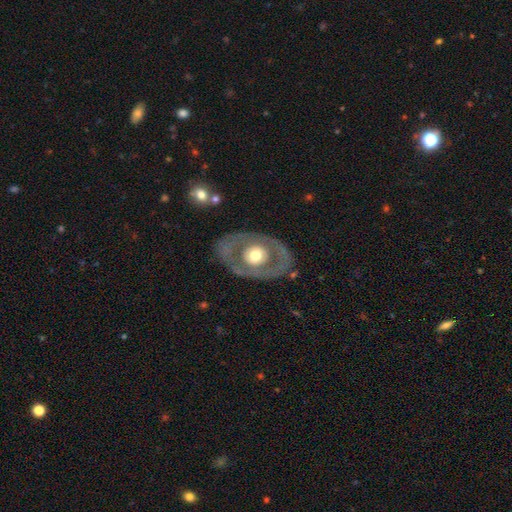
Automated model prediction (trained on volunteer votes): Smooth or featured?
  - featured or disk: 60% *
  - smooth: 35%
  - star or artifact: 5%
Edge-on disk?
  - no: 91% *
  - yes: 9%
Bar?
  - no: 89% *
  - weak: 8%
  - strong: 3%
Spiral arms?
  - no: 90% *
  - yes: 10%
Bulge size?
  - moderate: 58% *
  - large: 33%
  - small: 5%
  - dominant: 3%
  - none: 1%
Merging?
  - none: 79% *
  - minor disturbance: 12%
  - major disturbance: 7%
  - merger: 2%